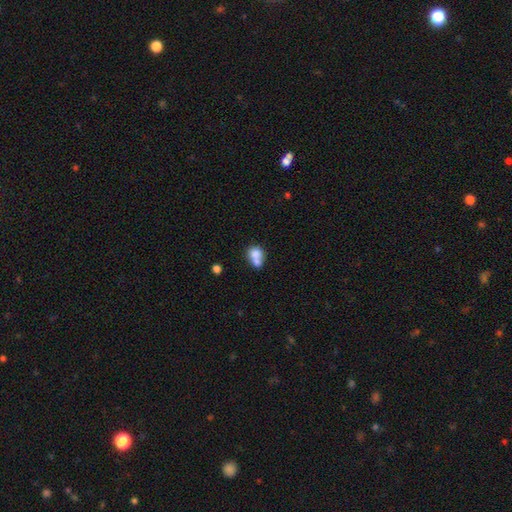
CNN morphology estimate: This is likely a smooth galaxy (74%). How rounded: possibly round (50%). Merging: possibly merger (57%).